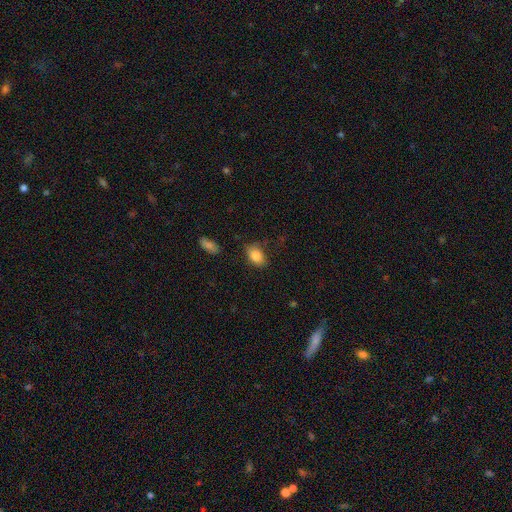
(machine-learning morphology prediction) Overall: smooth (84%). How rounded: in between (81%). Merging: none (67%).